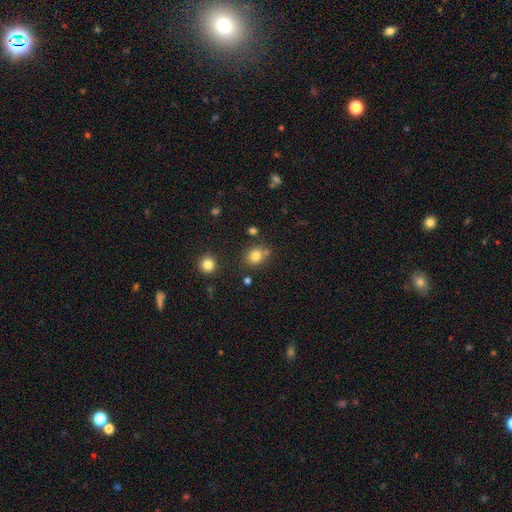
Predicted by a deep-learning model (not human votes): Q: Smooth or featured?
A: smooth (81%); runner-up: star or artifact (12%)
Q: How rounded?
A: round (69%); runner-up: in between (30%)
Q: Merging?
A: none (72%); runner-up: minor disturbance (14%)